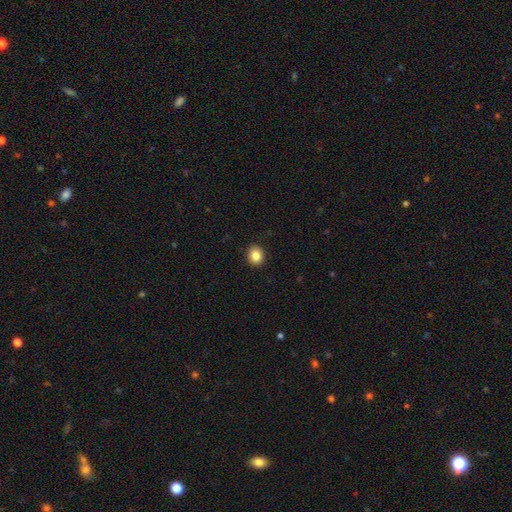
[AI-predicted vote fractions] smooth-or-featured: smooth: 84% | star or artifact: 10% | featured or disk: 6%
  how-rounded: round: 66% | in between: 33% | cigar-shaped: 1%
  merging: none: 91% | minor disturbance: 6% | major disturbance: 2% | merger: 1%